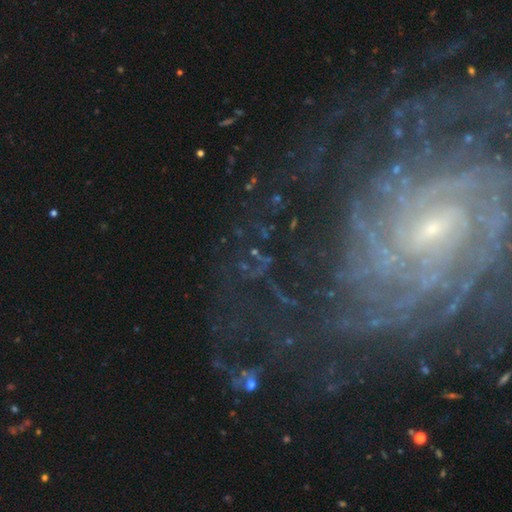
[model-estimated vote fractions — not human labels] This appears to be a featured or disk galaxy (51%). Merging: none (62%).